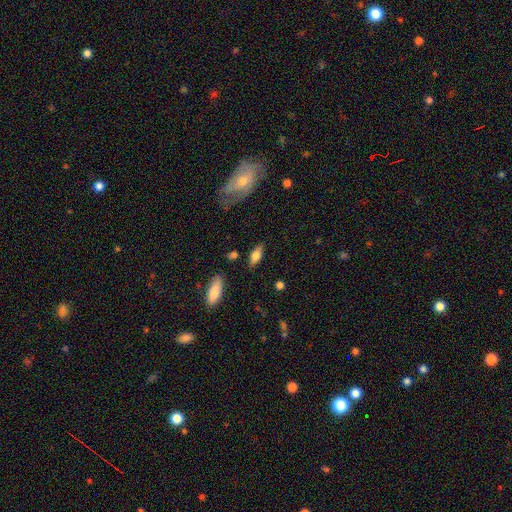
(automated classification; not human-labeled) The model was most divided on "smooth or featured": smooth: 63%, featured or disk: 29%, star or artifact: 7%. More confident: merging — none (81%); how rounded — in between (75%).